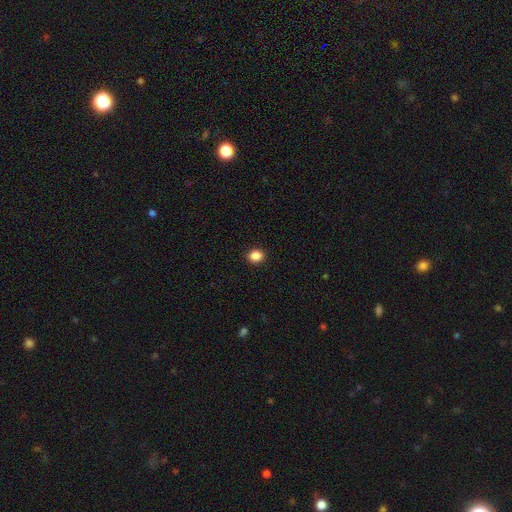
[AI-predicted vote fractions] A smooth galaxy with no disk features (87%) that is round (68%). Merging: none (92%).